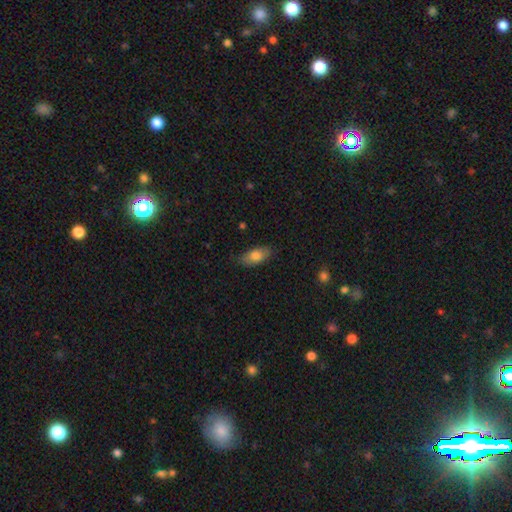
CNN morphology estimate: smooth 78%, featured or disk 15%, star or artifact 7%. Down the decision tree: how rounded — in between (88%); merging — none (81%).